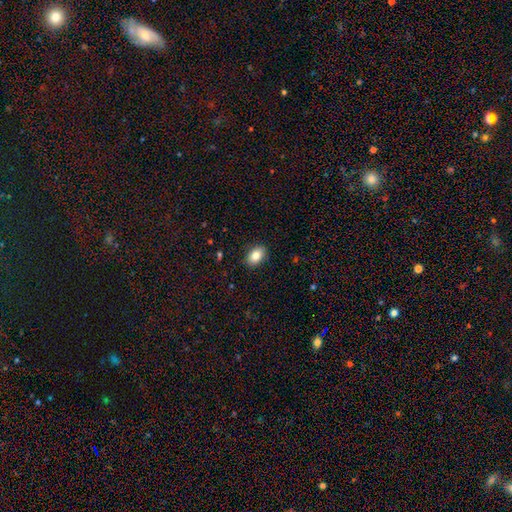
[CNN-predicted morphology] smooth 83%, featured or disk 9%, star or artifact 8%. Down the decision tree: how rounded — in between (86%); merging — none (89%).